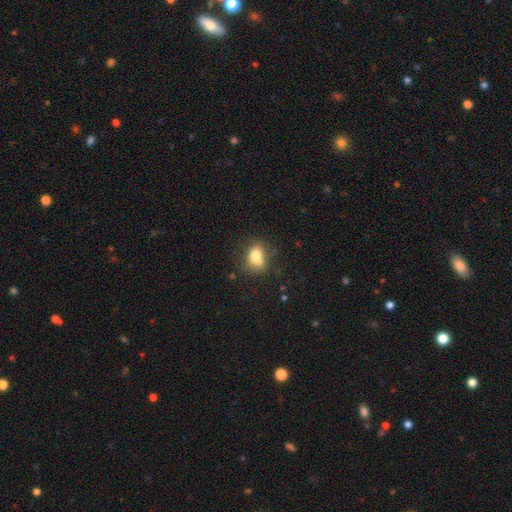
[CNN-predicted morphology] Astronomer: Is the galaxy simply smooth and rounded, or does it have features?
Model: smooth — 72%.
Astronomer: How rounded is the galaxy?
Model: in between — 56% (runner-up: round, 42%).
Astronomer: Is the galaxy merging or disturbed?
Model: none — 42% (runner-up: merger, 27%).